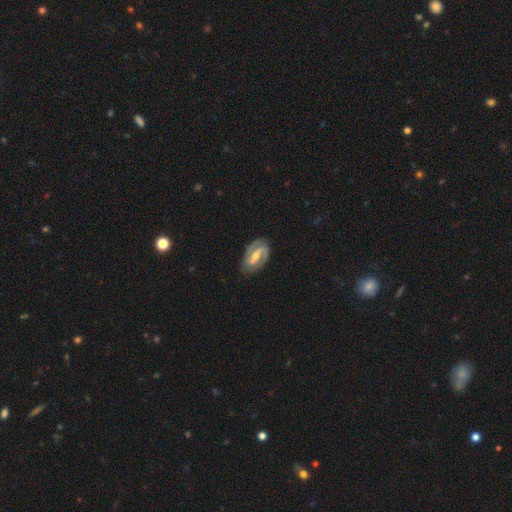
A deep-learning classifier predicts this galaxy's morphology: A featured or disk galaxy (85%) with a strong bar (46%), 2 (86%) medium (45%) spiral arms (94%) and a moderate central bulge (49%).

Vote fractions:
- Smooth or featured? featured or disk: 85% / smooth: 10% / star or artifact: 4%
- Edge-on disk? no: 96% / yes: 4%
- Bar? strong: 46% / weak: 39% / no: 15%
- Spiral arms? yes: 94% / no: 6%
- Spiral winding? medium: 45% / tight: 39% / loose: 16%
- Spiral arm count? 2: 86% / can't tell: 5% / 1: 5% / 3: 2% / 4: 1% / more than 4: 1%
- Bulge size? moderate: 49% / small: 44% / large: 3% / none: 3% / dominant: 1%
- Merging? none: 79% / minor disturbance: 15% / major disturbance: 5% / merger: 1%